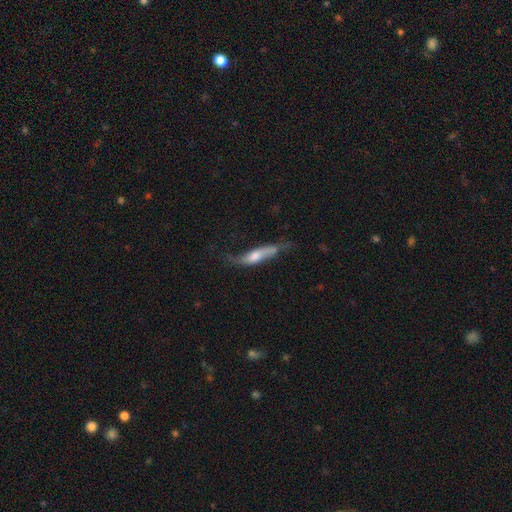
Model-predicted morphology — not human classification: smooth-or-featured: featured or disk: 52% | smooth: 41% | star or artifact: 7%
  disk-edge-on: yes: 52% | no: 48%
  merging: none: 45% | minor disturbance: 31% | major disturbance: 20% | merger: 4%